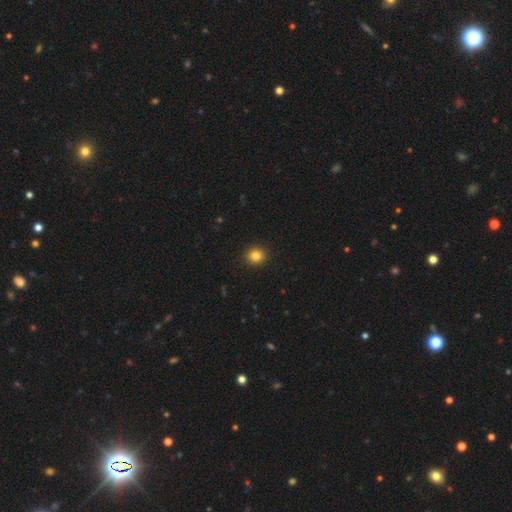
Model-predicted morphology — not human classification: A smooth galaxy with no disk features (84%) that is round (86%).

Vote fractions:
- Smooth or featured? smooth: 84% / star or artifact: 11% / featured or disk: 5%
- How rounded? round: 86% / in between: 13% / cigar-shaped: 1%
- Merging? none: 92% / minor disturbance: 5% / major disturbance: 2% / merger: 1%